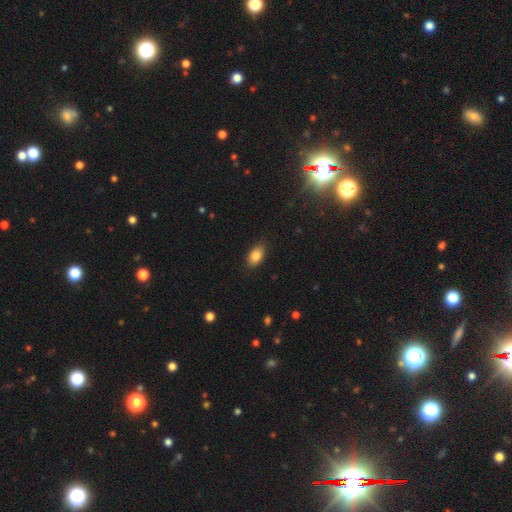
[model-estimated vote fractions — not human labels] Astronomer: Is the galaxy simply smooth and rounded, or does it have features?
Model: smooth — 85%.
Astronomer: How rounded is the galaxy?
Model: in between — 89%.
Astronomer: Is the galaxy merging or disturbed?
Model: none — 84%.